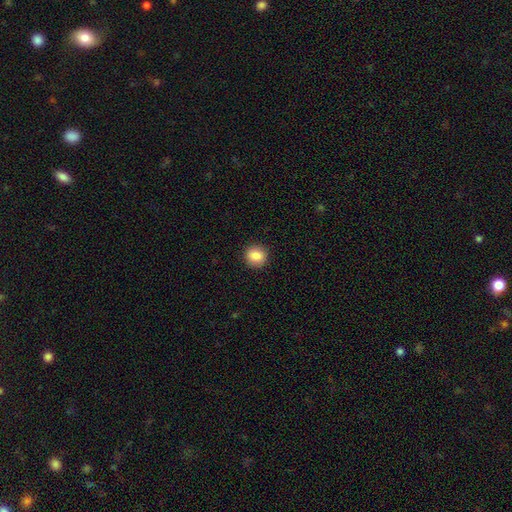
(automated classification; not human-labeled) A smooth galaxy with no disk features (87%) that is round (86%).

Vote fractions:
- Smooth or featured? smooth: 87% / star or artifact: 9% / featured or disk: 5%
- How rounded? round: 86% / in between: 13% / cigar-shaped: 1%
- Merging? none: 91% / minor disturbance: 6% / major disturbance: 2% / merger: 1%